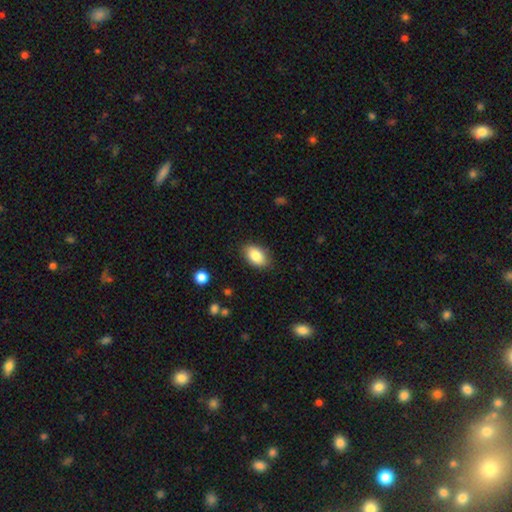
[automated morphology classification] This is clearly a smooth galaxy (86%). How rounded: clearly in between (91%). Merging: clearly none (85%).